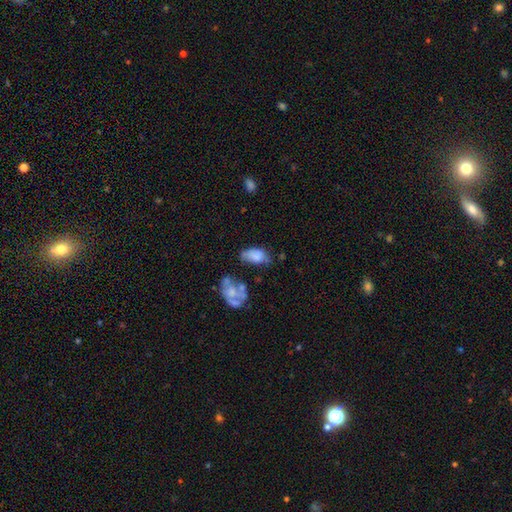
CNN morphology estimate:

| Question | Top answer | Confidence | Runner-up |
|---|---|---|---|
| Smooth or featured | smooth | 69% | featured or disk (23%) |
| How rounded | in between | 90% | round (7%) |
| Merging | none | 34% | minor disturbance (32%) |